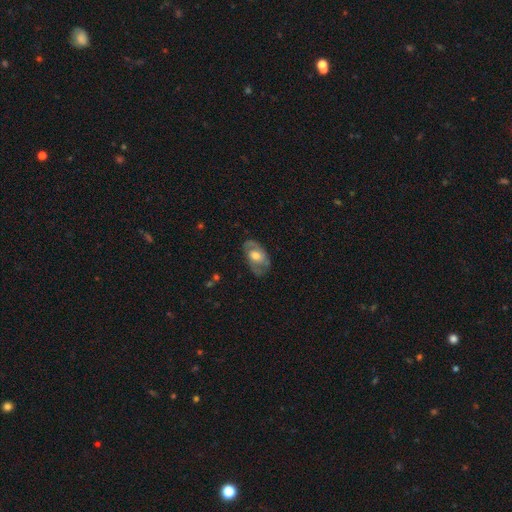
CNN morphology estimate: This is possibly a featured or disk galaxy (59%). It is clearly not viewed edge-on (92%). Bar: likely no (65%). Spiral arm pattern: likely yes (62%). Central bulge: possibly moderate (60%). Merging: likely none (69%).